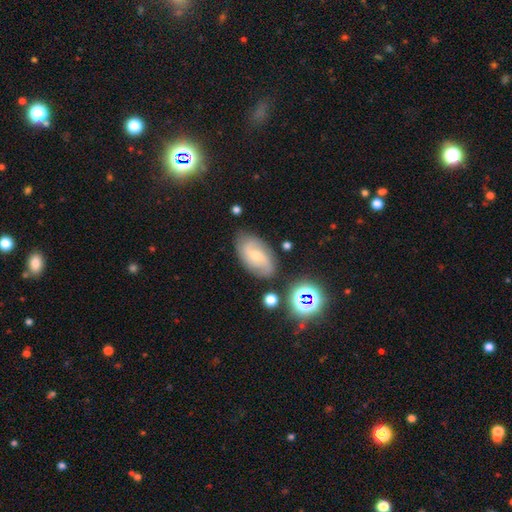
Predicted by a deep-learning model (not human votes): A featured or disk galaxy (66%) with no bar (55%), 2 (62%) medium (43%) spiral arms (91%) and a small central bulge (60%).

Vote fractions:
- Smooth or featured? featured or disk: 66% / smooth: 24% / star or artifact: 10%
- Edge-on disk? no: 95% / yes: 5%
- Bar? no: 55% / weak: 38% / strong: 8%
- Spiral arms? yes: 91% / no: 9%
- Spiral winding? medium: 43% / tight: 29% / loose: 28%
- Spiral arm count? 2: 62% / can't tell: 19% / 3: 11% / 4: 3% / 1: 3% / more than 4: 2%
- Bulge size? small: 60% / moderate: 36% / none: 2% / large: 1% / dominant: 1%
- Merging? none: 77% / minor disturbance: 15% / major disturbance: 4% / merger: 3%